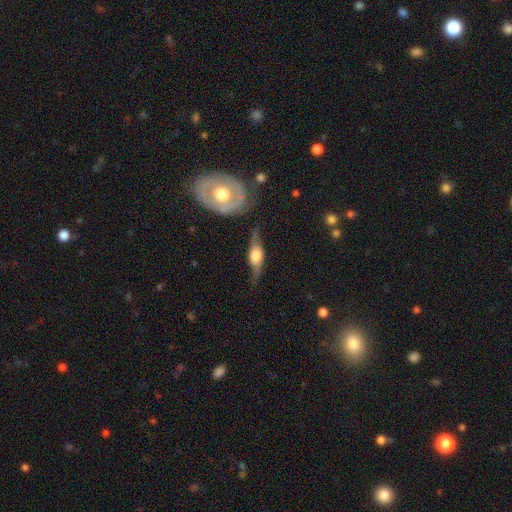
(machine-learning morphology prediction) A featured or disk galaxy (69%) viewed edge-on (68%).

Vote fractions:
- Smooth or featured? featured or disk: 69% / smooth: 25% / star or artifact: 6%
- Edge-on disk? yes: 68% / no: 32%
- Merging? none: 64% / minor disturbance: 23% / major disturbance: 10% / merger: 4%